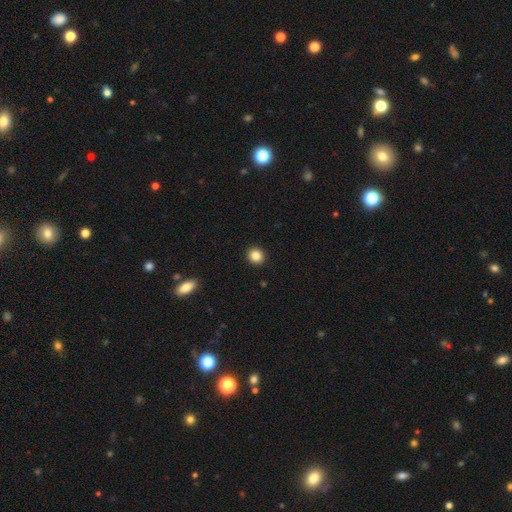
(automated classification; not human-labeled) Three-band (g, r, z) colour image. It shows a smooth galaxy with no disk features (85%) that is round (89%). Merging: none (93%).